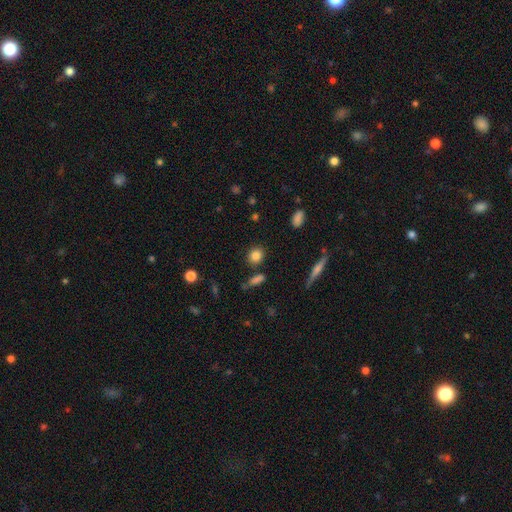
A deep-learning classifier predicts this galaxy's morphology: Smooth or featured?
  - smooth: 84% *
  - star or artifact: 9%
  - featured or disk: 7%
How rounded?
  - round: 77% *
  - in between: 21%
  - cigar-shaped: 2%
Merging?
  - none: 85% *
  - minor disturbance: 8%
  - merger: 4%
  - major disturbance: 3%